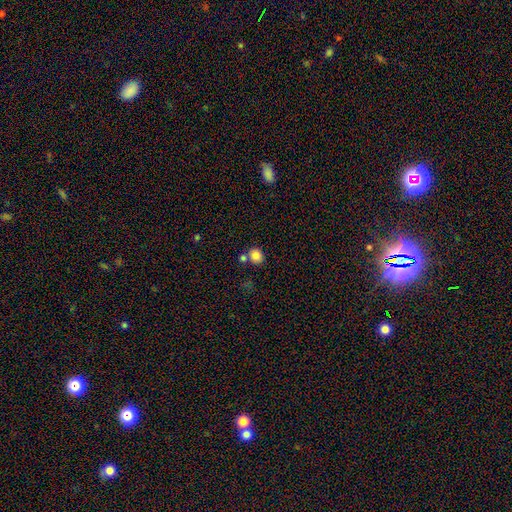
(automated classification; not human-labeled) Smooth or featured? Predicted: smooth (p=0.84). How rounded? Predicted: round (p=0.79). Merging? Predicted: none (p=0.69).